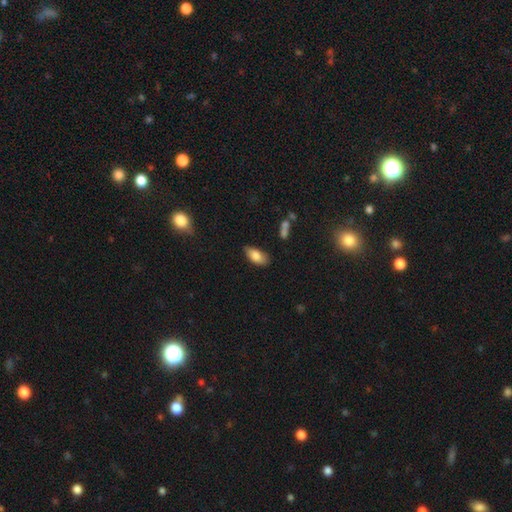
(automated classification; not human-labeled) This appears to be a smooth galaxy with no disk features (81%) that is in between round and cigar-shaped (90%). Merging: none (73%).